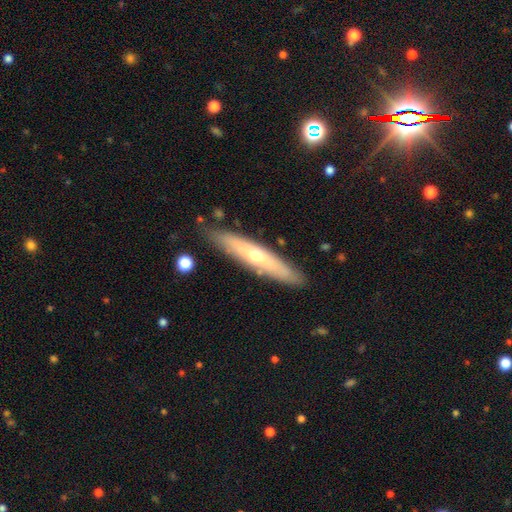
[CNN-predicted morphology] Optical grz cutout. It shows a featured or disk galaxy (53%) viewed edge-on (79%). Merging: none (86%).